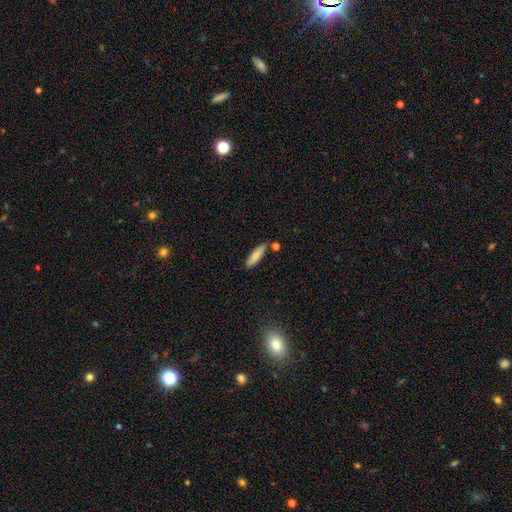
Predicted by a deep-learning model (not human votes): smooth_or_featured: smooth (p=0.80) [alt: featured or disk p=0.14]
how_rounded: cigar-shaped (p=0.72) [alt: in between p=0.26]
merging: none (p=0.79) [alt: minor disturbance p=0.12]